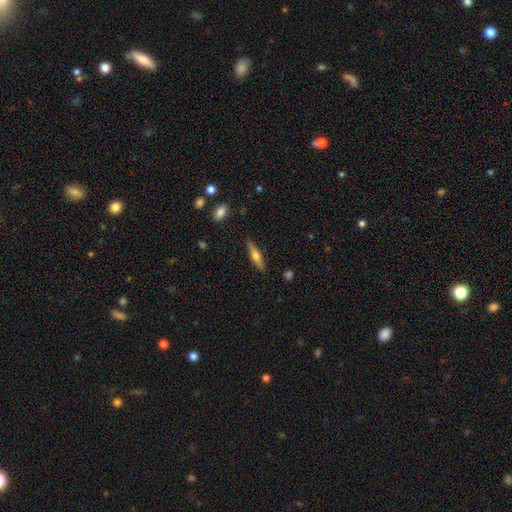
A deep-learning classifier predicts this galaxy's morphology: smooth-or-featured: smooth: 48% | featured or disk: 46% | star or artifact: 6%
  merging: none: 88% | minor disturbance: 9% | major disturbance: 2% | merger: 1%